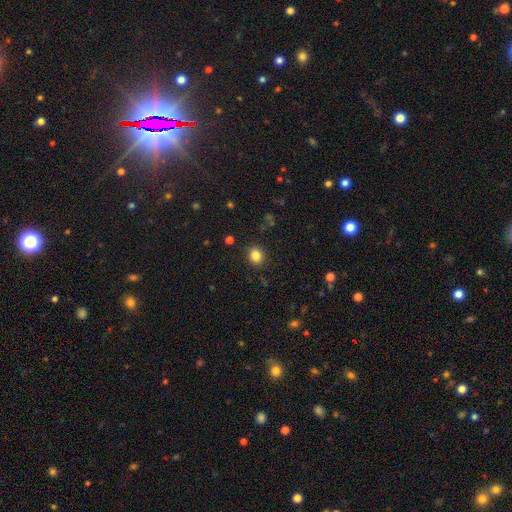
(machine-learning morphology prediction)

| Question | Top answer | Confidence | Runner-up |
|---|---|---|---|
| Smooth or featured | smooth | 83% | star or artifact (12%) |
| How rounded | round | 76% | in between (23%) |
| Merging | none | 88% | minor disturbance (8%) |